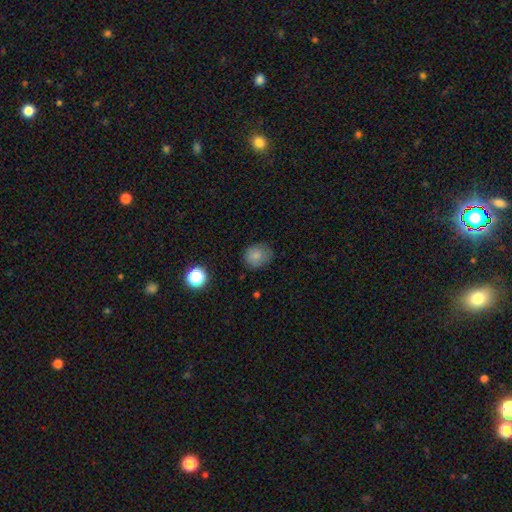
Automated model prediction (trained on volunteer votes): smooth_or_featured: smooth (p=0.81) [alt: star or artifact p=0.11]
how_rounded: round (p=0.73) [alt: in between p=0.26]
merging: none (p=0.74) [alt: minor disturbance p=0.20]